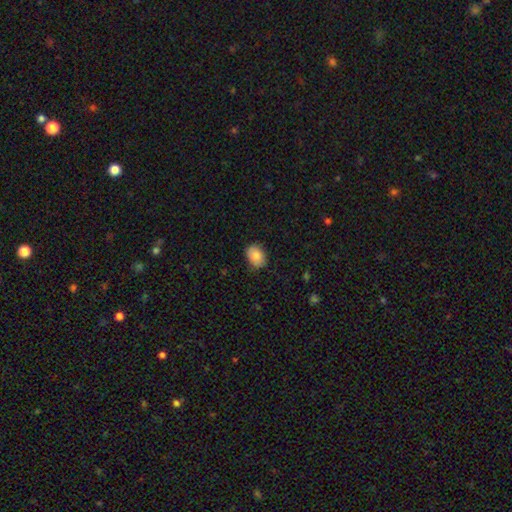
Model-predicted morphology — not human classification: smooth-or-featured: smooth: 85% | star or artifact: 8% | featured or disk: 7%
  how-rounded: in between: 73% | round: 26% | cigar-shaped: 1%
  merging: none: 82% | minor disturbance: 15% | major disturbance: 3% | merger: 1%